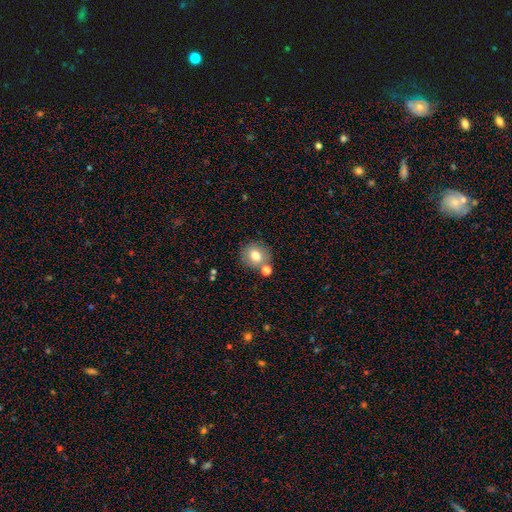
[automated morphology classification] This is likely a smooth galaxy (76%). How rounded: clearly round (82%). Merging: likely none (72%).